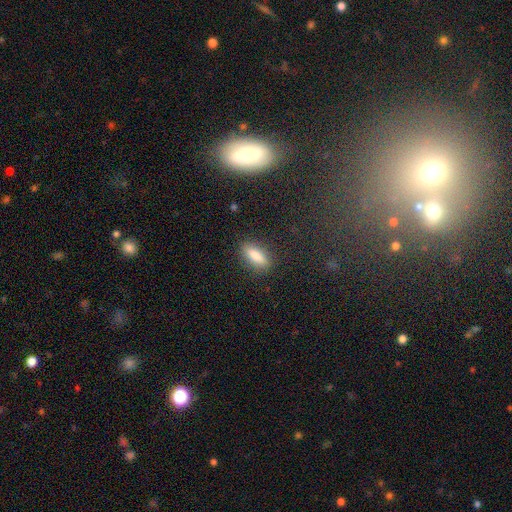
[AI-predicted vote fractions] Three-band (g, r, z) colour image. It shows a smooth galaxy with no disk features (82%) that is in between round and cigar-shaped (73%). Merging: none (85%).